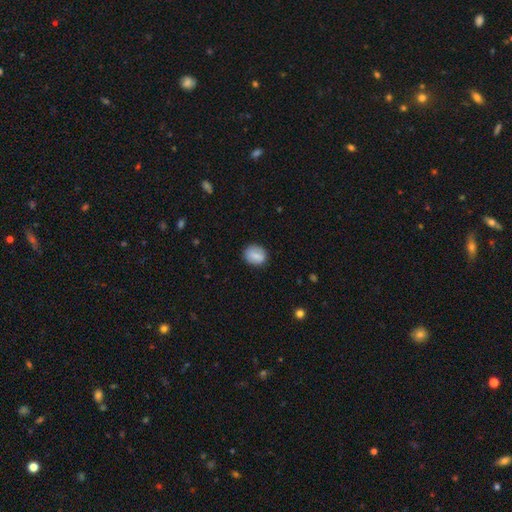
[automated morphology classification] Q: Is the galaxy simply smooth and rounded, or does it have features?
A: smooth — 79%.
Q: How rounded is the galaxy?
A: round — 56%.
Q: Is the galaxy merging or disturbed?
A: none — 84%.